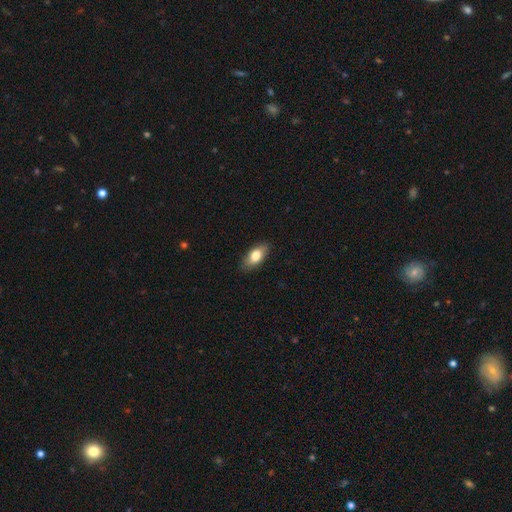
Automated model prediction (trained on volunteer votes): Q: Smooth or featured?
A: smooth (77%); runner-up: featured or disk (16%)
Q: How rounded?
A: in between (88%); runner-up: cigar-shaped (8%)
Q: Merging?
A: none (87%); runner-up: minor disturbance (10%)